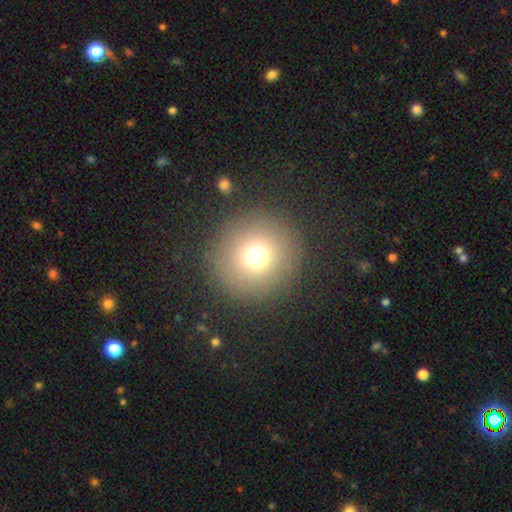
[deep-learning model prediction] The model was most divided on "smooth or featured": smooth: 73%, star or artifact: 17%, featured or disk: 10%. More confident: how rounded — round (94%); merging — none (88%).